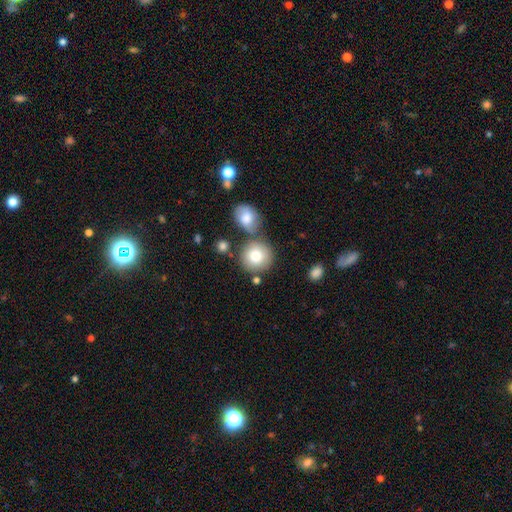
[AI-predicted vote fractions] Q: Smooth or featured?
A: smooth (80%); runner-up: featured or disk (12%)
Q: How rounded?
A: round (90%); runner-up: in between (9%)
Q: Merging?
A: none (67%); runner-up: merger (18%)